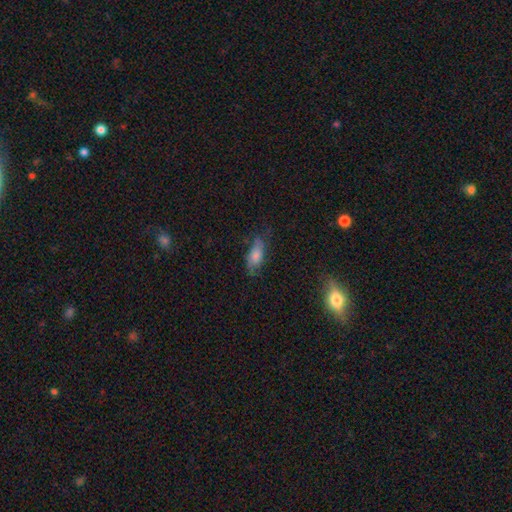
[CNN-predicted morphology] Overall: smooth (62%; featured or disk 28%). How rounded: in between (73%). Merging: none (59%; minor disturbance 27%).